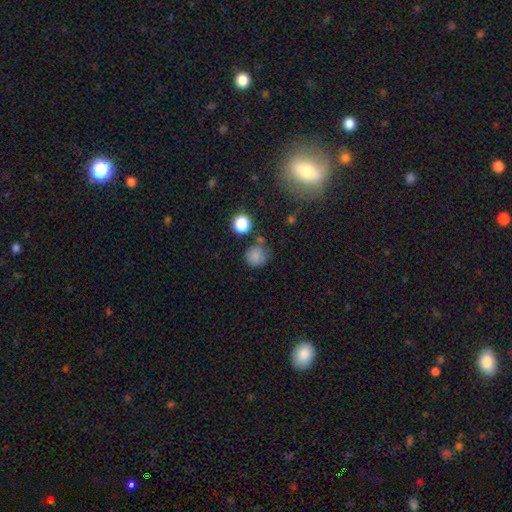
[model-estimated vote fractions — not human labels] Morphology: type=smooth (80%); roundness=round (88%); merging=none (67%).